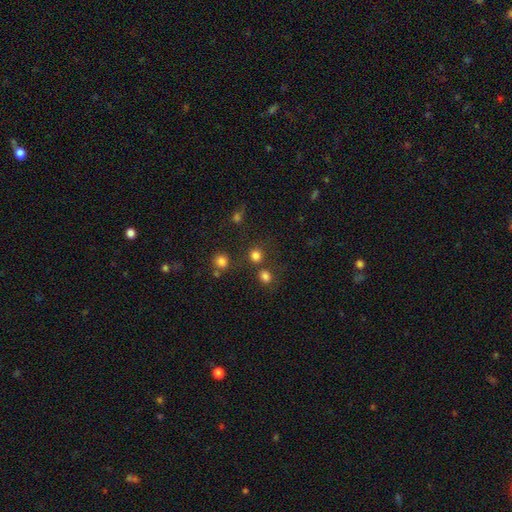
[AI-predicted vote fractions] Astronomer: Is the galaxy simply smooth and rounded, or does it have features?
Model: smooth — 79%.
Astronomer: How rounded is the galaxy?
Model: round — 84%.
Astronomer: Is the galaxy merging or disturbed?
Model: none — 72%.